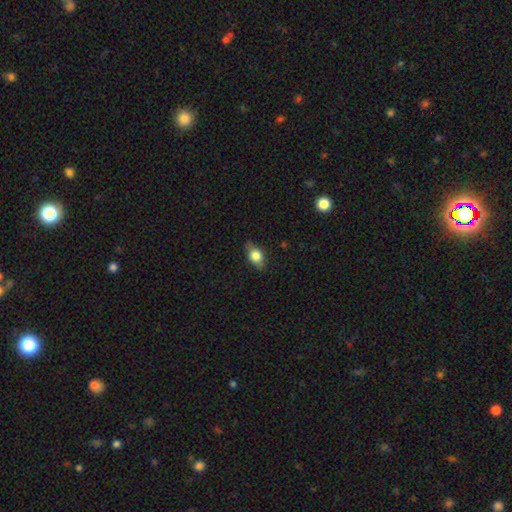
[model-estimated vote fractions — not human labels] smooth-or-featured: smooth: 75% | featured or disk: 17% | star or artifact: 8%
  how-rounded: in between: 80% | round: 16% | cigar-shaped: 5%
  merging: none: 80% | minor disturbance: 16% | major disturbance: 3% | merger: 1%